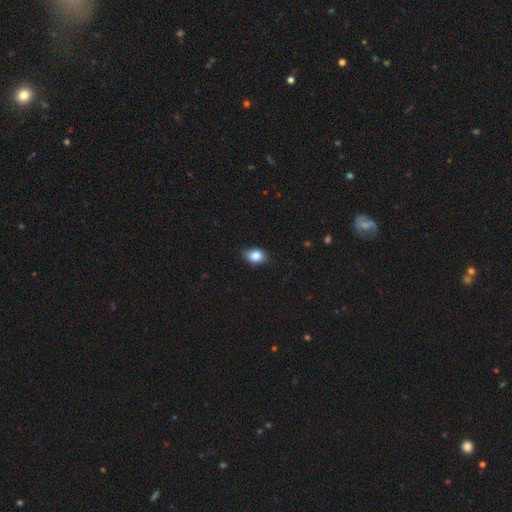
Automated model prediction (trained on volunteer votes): The model was most divided on "how rounded": in between: 62%, round: 37%, cigar-shaped: 1%. More confident: smooth or featured — smooth (85%); merging — none (76%).